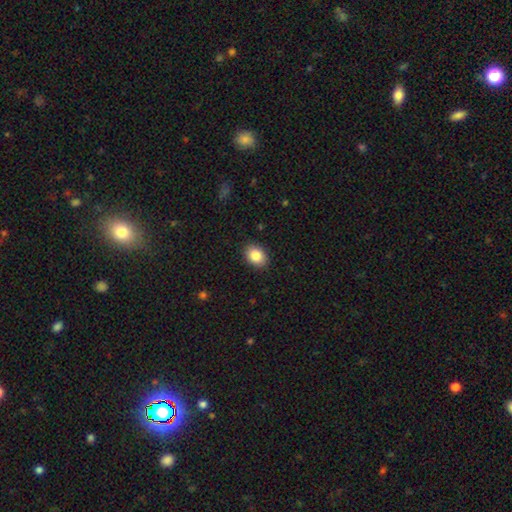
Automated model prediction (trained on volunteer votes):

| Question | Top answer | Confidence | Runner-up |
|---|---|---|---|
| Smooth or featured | smooth | 86% | star or artifact (8%) |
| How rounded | in between | 65% | round (34%) |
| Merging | none | 89% | minor disturbance (8%) |